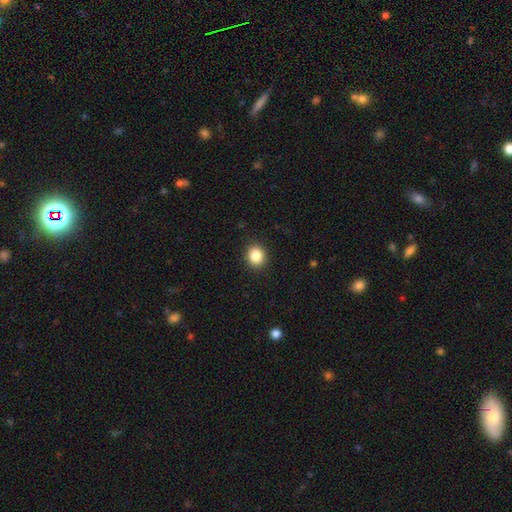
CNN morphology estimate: smooth 86%, star or artifact 10%, featured or disk 4%. Down the decision tree: how rounded — round (77%); merging — none (91%).